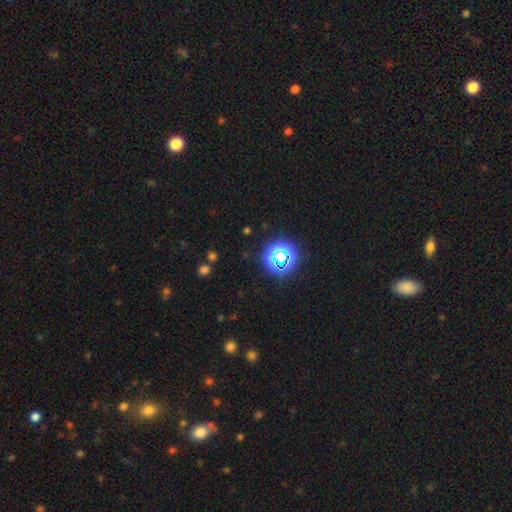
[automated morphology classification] smooth_or_featured: star or artifact (p=0.61) [alt: smooth p=0.32]